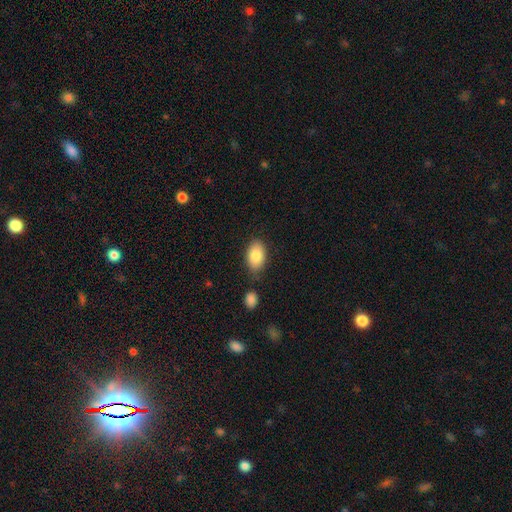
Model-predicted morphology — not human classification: A smooth galaxy with no disk features (86%) that is in between round and cigar-shaped (91%).

Vote fractions:
- Smooth or featured? smooth: 86% / featured or disk: 7% / star or artifact: 7%
- How rounded? in between: 91% / round: 8% / cigar-shaped: 1%
- Merging? none: 75% / minor disturbance: 15% / merger: 6% / major disturbance: 4%